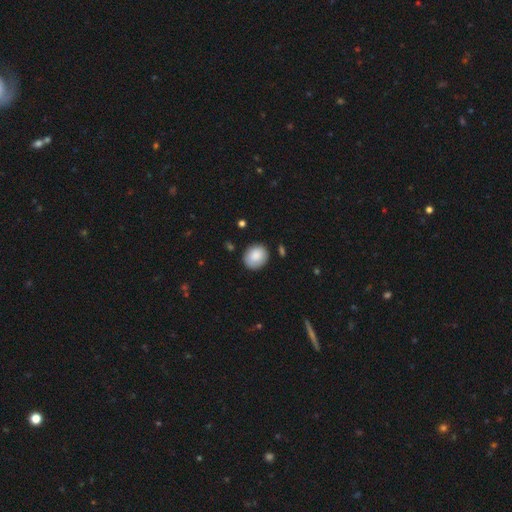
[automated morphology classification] This is clearly a smooth galaxy (85%). How rounded: likely round (69%). Merging: likely none (79%).